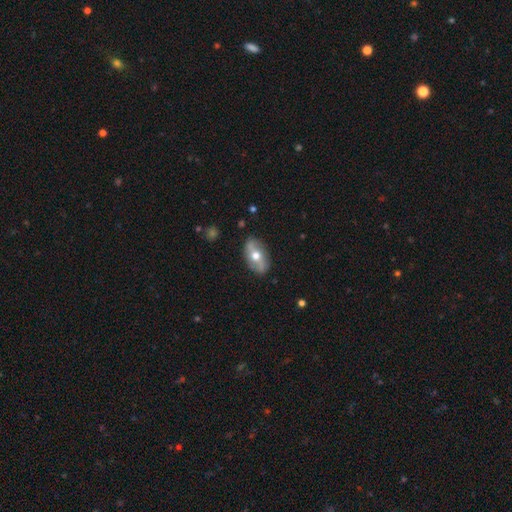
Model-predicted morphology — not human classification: Smooth or featured?
  - featured or disk: 57% *
  - smooth: 37%
  - star or artifact: 6%
Edge-on disk?
  - no: 83% *
  - yes: 17%
Merging?
  - none: 83% *
  - minor disturbance: 12%
  - major disturbance: 3%
  - merger: 1%